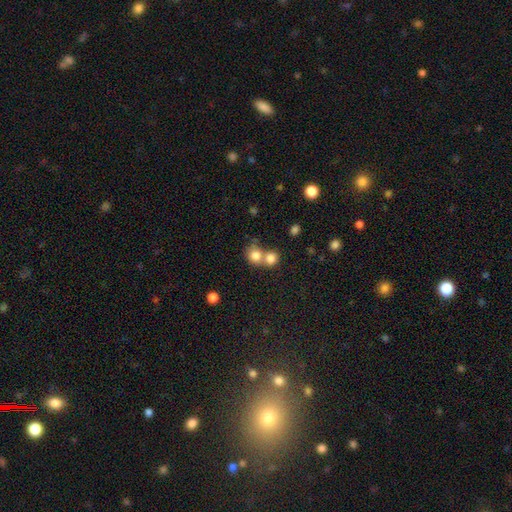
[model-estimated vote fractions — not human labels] Q: Smooth or featured?
A: smooth (80%); runner-up: star or artifact (10%)
Q: How rounded?
A: round (80%); runner-up: in between (19%)
Q: Merging?
A: merger (52%); runner-up: none (37%)